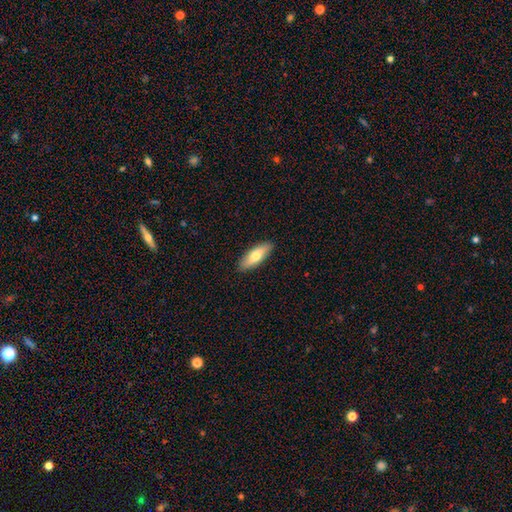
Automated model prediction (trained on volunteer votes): Smooth or featured?
  - smooth: 70% *
  - featured or disk: 24%
  - star or artifact: 5%
How rounded?
  - in between: 63% *
  - cigar-shaped: 35%
  - round: 2%
Merging?
  - none: 90% *
  - minor disturbance: 8%
  - major disturbance: 2%
  - merger: 1%